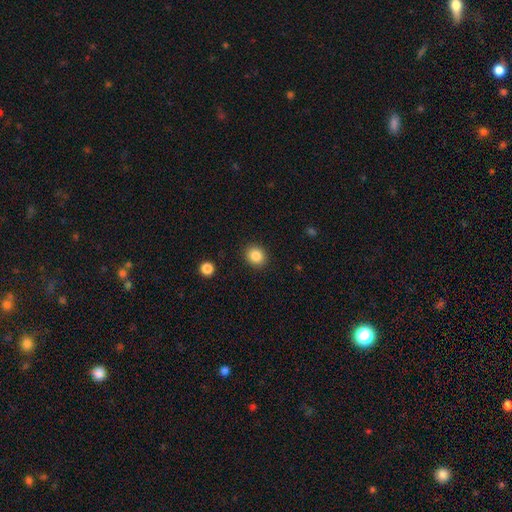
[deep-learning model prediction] smooth 86%, star or artifact 10%, featured or disk 4%. Down the decision tree: how rounded — round (72%); merging — none (90%).